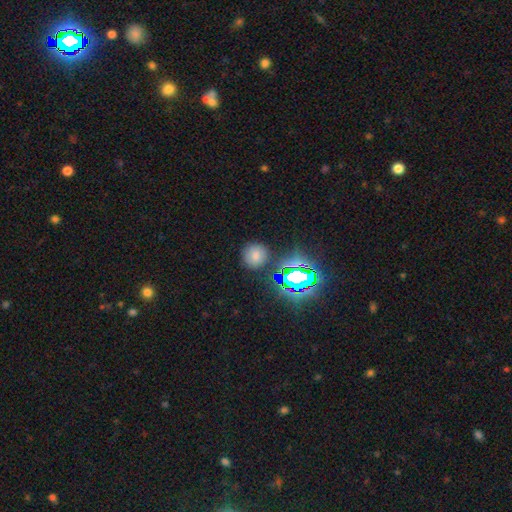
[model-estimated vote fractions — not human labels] A smooth galaxy with no disk features (68%) that is round (88%). Merging: none (83%).